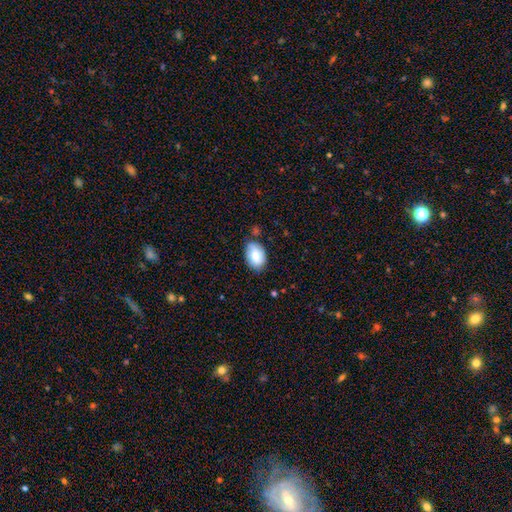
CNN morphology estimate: type=smooth (73%); roundness=in between (88%); merging=none (69%).